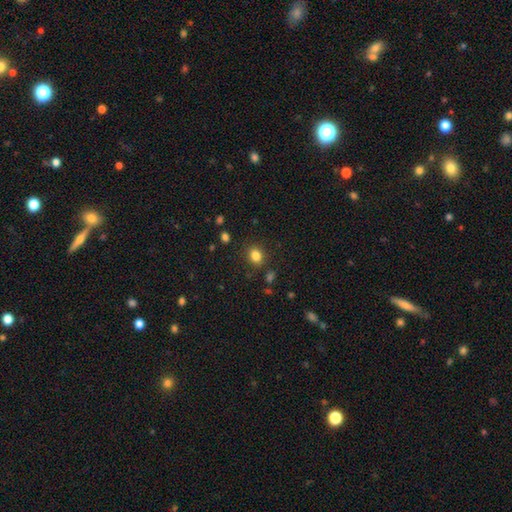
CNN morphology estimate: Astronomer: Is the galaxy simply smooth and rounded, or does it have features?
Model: smooth — 83%.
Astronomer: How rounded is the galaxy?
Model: round — 54% (runner-up: in between, 45%).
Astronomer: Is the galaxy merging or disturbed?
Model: none — 85%.